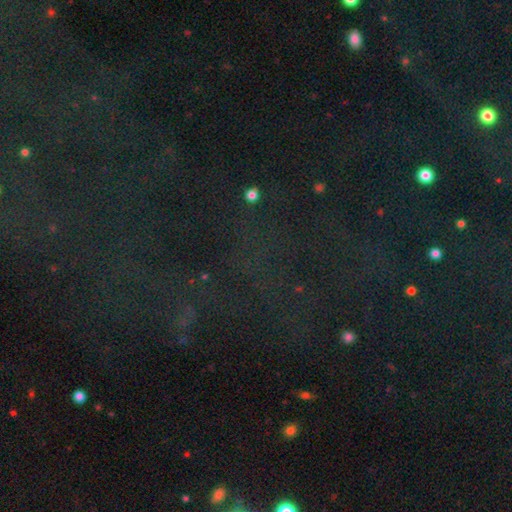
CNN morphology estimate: This is likely a star or artifact rather than a galaxy (74%).